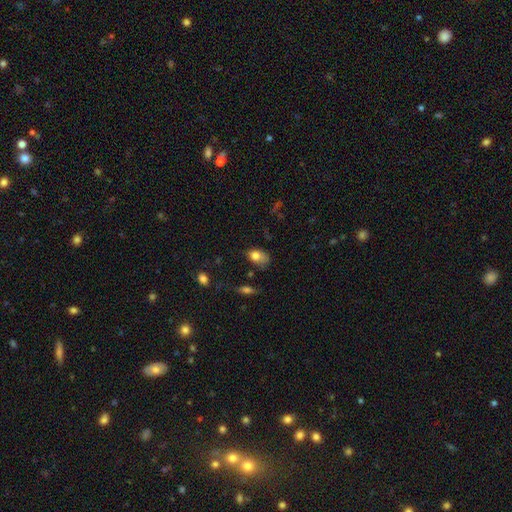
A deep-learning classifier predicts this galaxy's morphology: Q: Smooth or featured?
A: smooth (78%); runner-up: featured or disk (13%)
Q: How rounded?
A: in between (83%); runner-up: round (15%)
Q: Merging?
A: none (41%); runner-up: minor disturbance (37%)